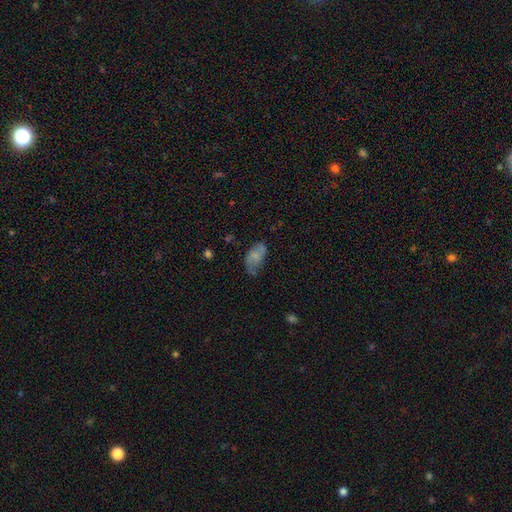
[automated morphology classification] smooth 54%, featured or disk 37%, star or artifact 9%. Down the decision tree: how rounded — in between (92%); merging — none (54%).